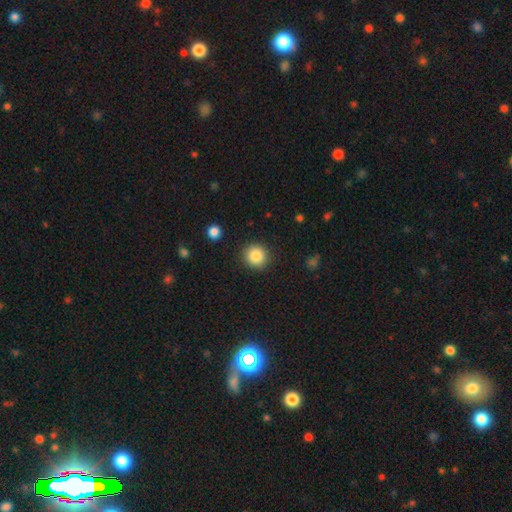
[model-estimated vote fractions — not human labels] Smooth or featured? Predicted: smooth (p=0.86). How rounded? Predicted: round (p=0.92). Merging? Predicted: none (p=0.90).